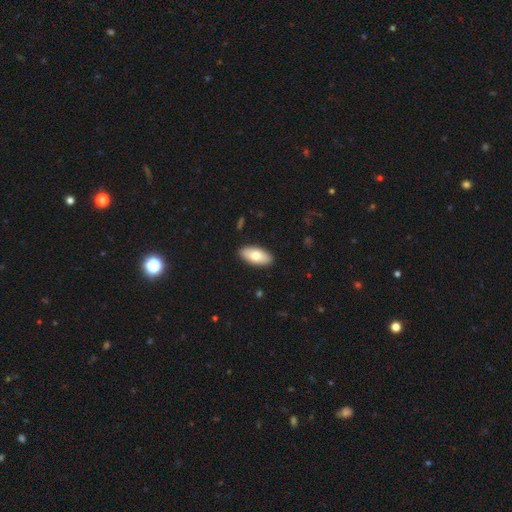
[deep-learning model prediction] Q: Smooth or featured?
A: smooth (74%); runner-up: featured or disk (20%)
Q: How rounded?
A: in between (91%); runner-up: cigar-shaped (7%)
Q: Merging?
A: none (90%); runner-up: minor disturbance (7%)